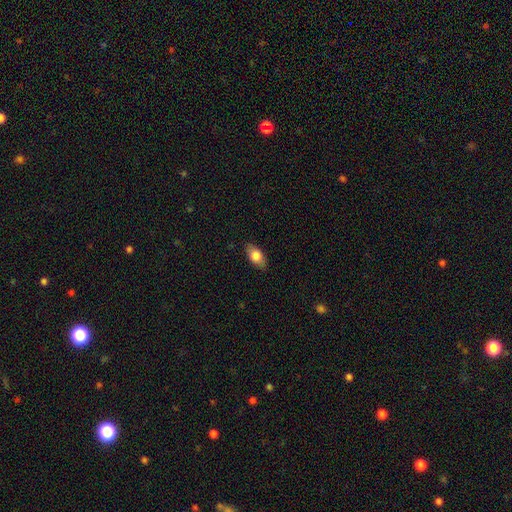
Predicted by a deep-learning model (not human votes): Smooth or featured?
  - smooth: 79% *
  - featured or disk: 14%
  - star or artifact: 7%
How rounded?
  - in between: 89% *
  - round: 6%
  - cigar-shaped: 5%
Merging?
  - none: 85% *
  - minor disturbance: 12%
  - major disturbance: 2%
  - merger: 1%